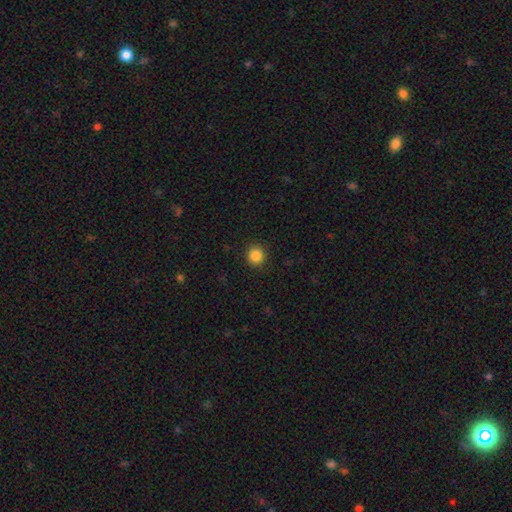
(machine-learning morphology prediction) Smooth or featured: smooth — 86% (star or artifact — 10%)
How rounded: round — 92% (in between — 7%)
Merging: none — 91% (minor disturbance — 6%)